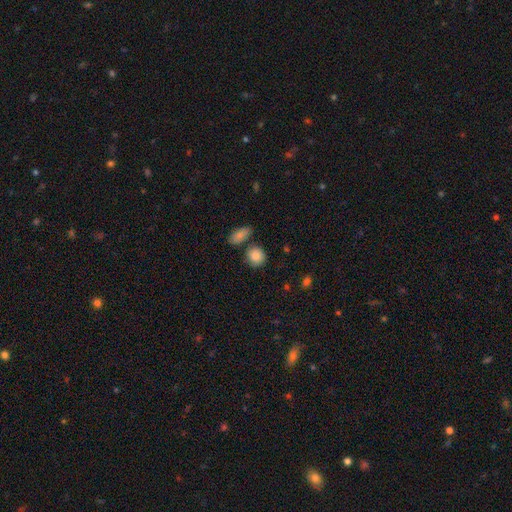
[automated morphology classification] Smooth or featured?
  - smooth: 86% *
  - star or artifact: 7%
  - featured or disk: 6%
How rounded?
  - round: 80% *
  - in between: 18%
  - cigar-shaped: 1%
Merging?
  - none: 71% *
  - minor disturbance: 13%
  - merger: 12%
  - major disturbance: 4%